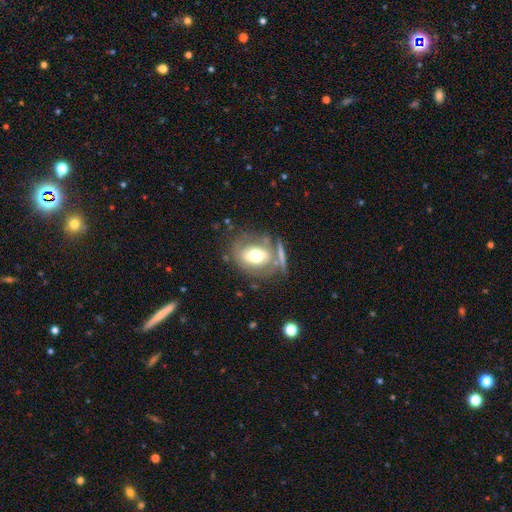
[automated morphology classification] Smooth or featured: smooth — 55% (featured or disk — 35%)
How rounded: in between — 59% (round — 39%)
Merging: none — 56% (minor disturbance — 19%)